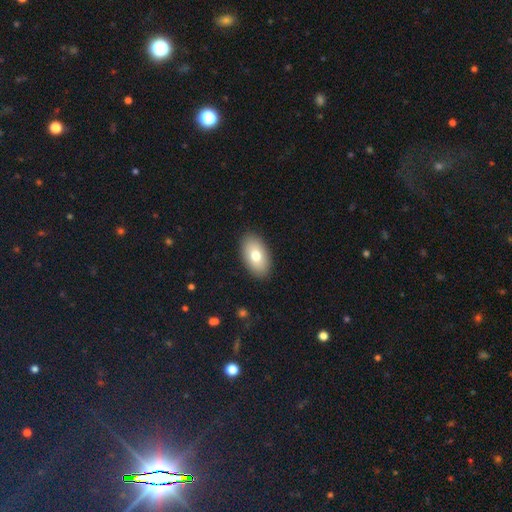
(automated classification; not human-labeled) The model was most divided on "smooth or featured": smooth: 75%, featured or disk: 18%, star or artifact: 7%. More confident: how rounded — in between (94%); merging — none (89%).